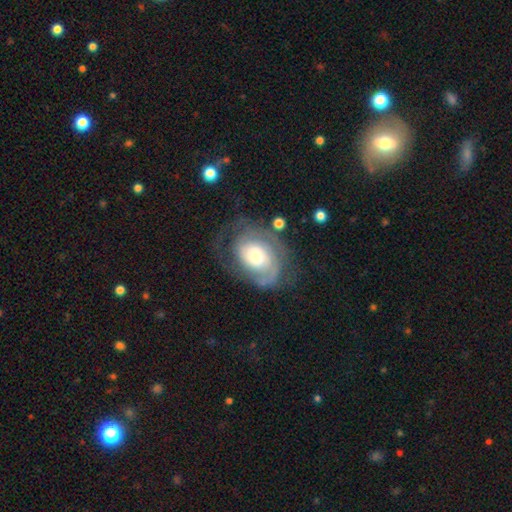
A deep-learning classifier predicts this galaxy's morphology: Overall: featured or disk (77%). Edge-on disk: no (97%). Bar: no (70%). Spiral arms: yes (90%). Spiral arm count: 2 (43%; can't tell 28%). Spiral winding: tight (58%; medium 31%). Bulge size: moderate (48%; large 26%). Merging: none (58%; minor disturbance 21%).